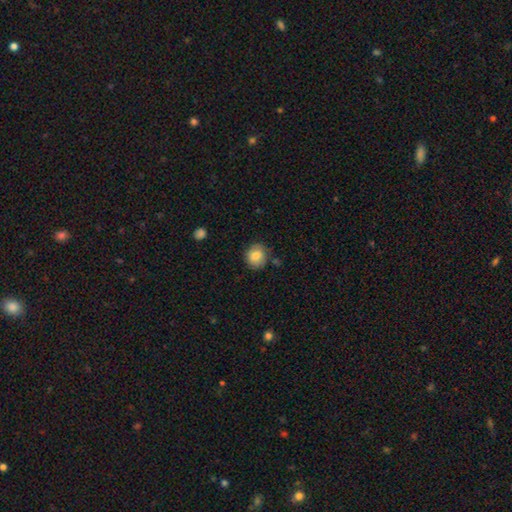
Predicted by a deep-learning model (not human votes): Smooth or featured?
  - smooth: 83% *
  - featured or disk: 9%
  - star or artifact: 8%
How rounded?
  - round: 83% *
  - in between: 16%
  - cigar-shaped: 1%
Merging?
  - none: 80% *
  - minor disturbance: 14%
  - merger: 3%
  - major disturbance: 3%